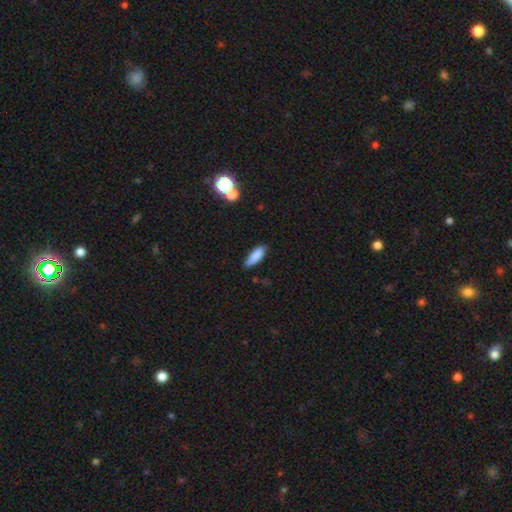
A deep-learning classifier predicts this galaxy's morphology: type=smooth (85%); roundness=in between (63%); merging=none (75%).